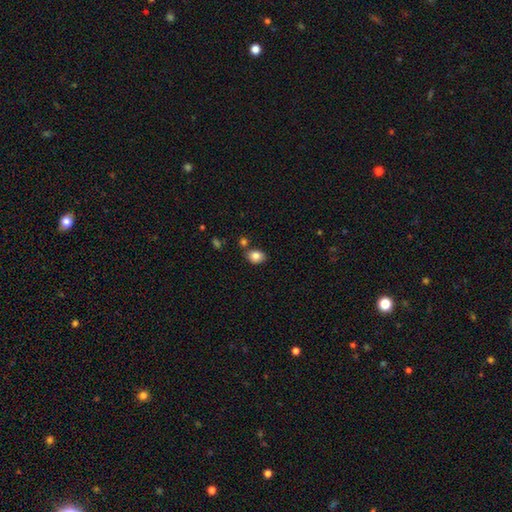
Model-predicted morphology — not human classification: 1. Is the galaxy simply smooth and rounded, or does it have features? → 84% smooth, 9% star or artifact, 7% featured or disk.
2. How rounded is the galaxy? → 66% in between, 33% round, 1% cigar-shaped.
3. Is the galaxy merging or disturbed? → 74% none, 13% minor disturbance, 10% merger, 3% major disturbance.